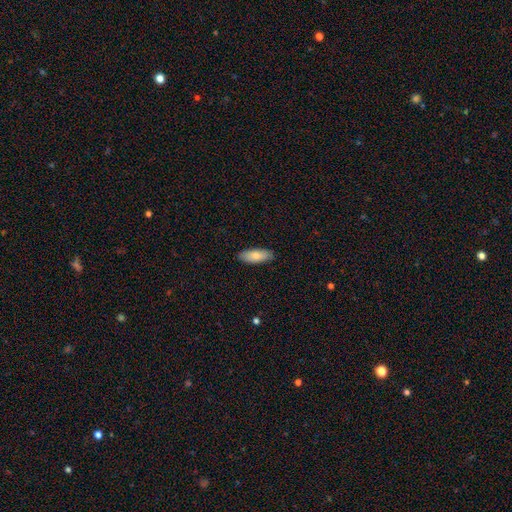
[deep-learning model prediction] Overall: smooth (79%). How rounded: in between (73%). Merging: none (89%).